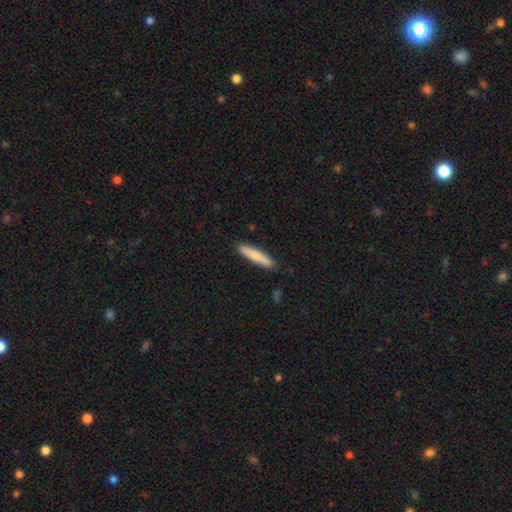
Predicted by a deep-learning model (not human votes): Overall: smooth (75%). How rounded: cigar-shaped (87%). Merging: none (87%).